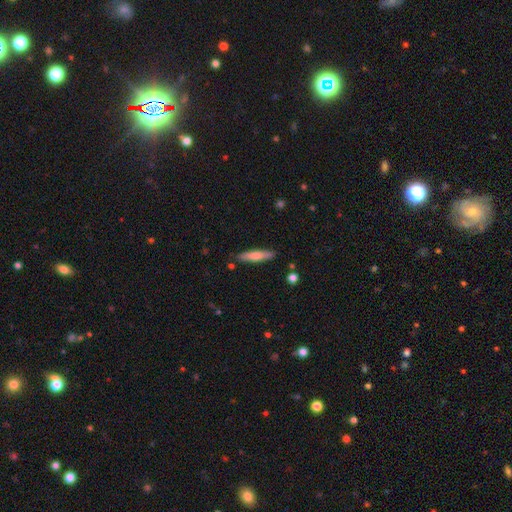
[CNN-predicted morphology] Smooth or featured? smooth (70%)
How rounded? cigar-shaped (84%)
Merging? none (86%)